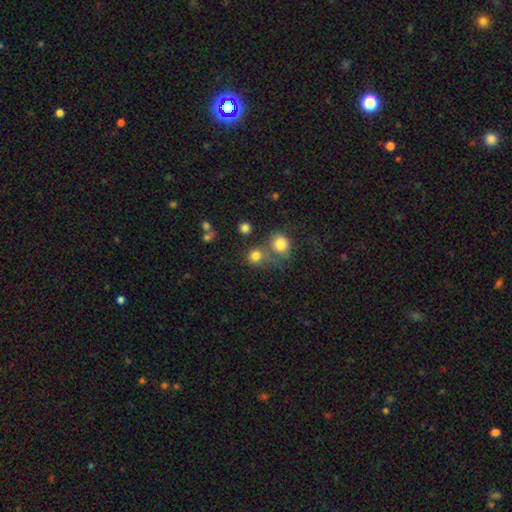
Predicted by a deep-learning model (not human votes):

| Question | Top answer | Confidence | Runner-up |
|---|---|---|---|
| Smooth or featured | smooth | 80% | star or artifact (13%) |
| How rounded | round | 86% | in between (13%) |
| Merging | none | 55% | merger (31%) |